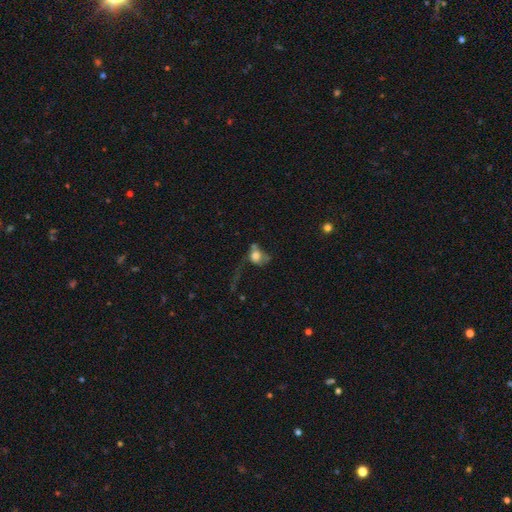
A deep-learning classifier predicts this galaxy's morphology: This is likely a smooth galaxy (62%). How rounded: possibly in between (53%). Merging: possibly major disturbance (50%).